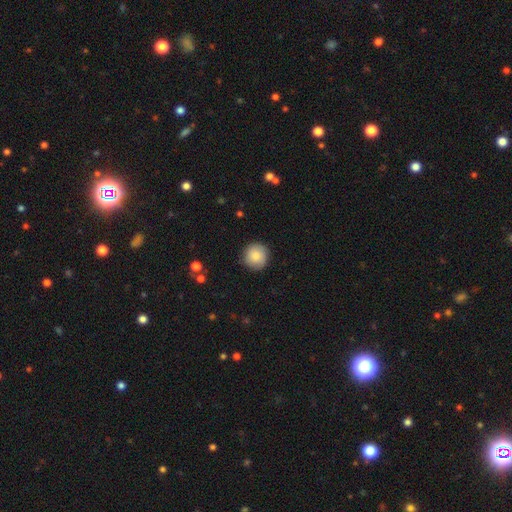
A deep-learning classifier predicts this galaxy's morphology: A smooth galaxy with no disk features (84%) that is round (95%). Merging: none (89%).